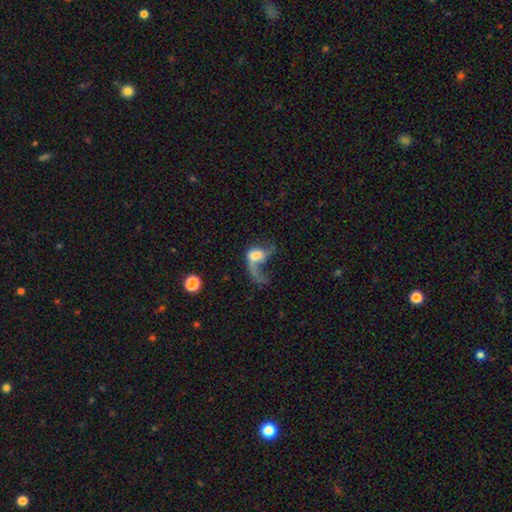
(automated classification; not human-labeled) This appears to be a featured or disk galaxy (54%) with no bar (66%), spiral arms (70%) and a large central bulge (32%). Merging: major disturbance (56%).